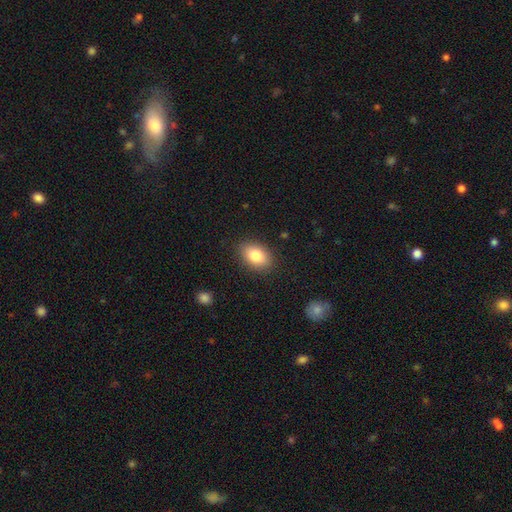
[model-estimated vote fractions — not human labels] The model was most divided on "smooth or featured": smooth: 84%, featured or disk: 9%, star or artifact: 8%. More confident: how rounded — in between (87%); merging — none (87%).